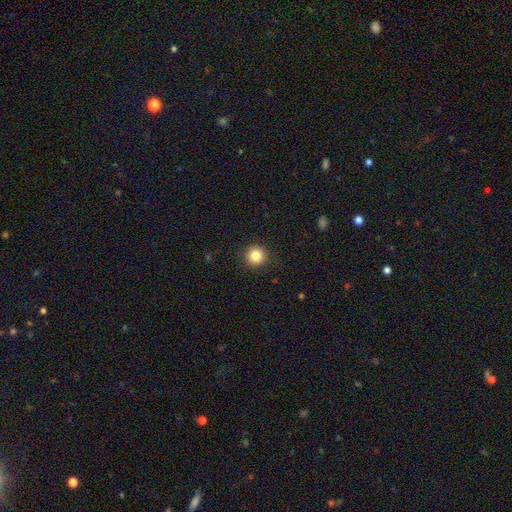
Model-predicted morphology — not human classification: This is clearly a smooth galaxy (84%). How rounded: clearly round (94%). Merging: clearly none (92%).